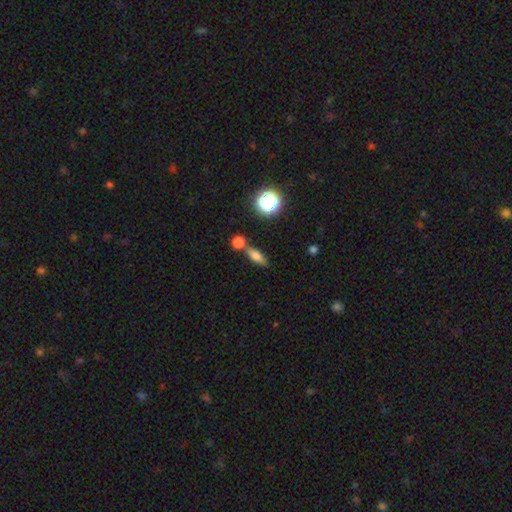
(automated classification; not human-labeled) Smooth or featured?
  - smooth: 67% *
  - featured or disk: 18%
  - star or artifact: 14%
How rounded?
  - in between: 50% *
  - cigar-shaped: 37%
  - round: 12%
Merging?
  - none: 61% *
  - merger: 25%
  - minor disturbance: 11%
  - major disturbance: 4%